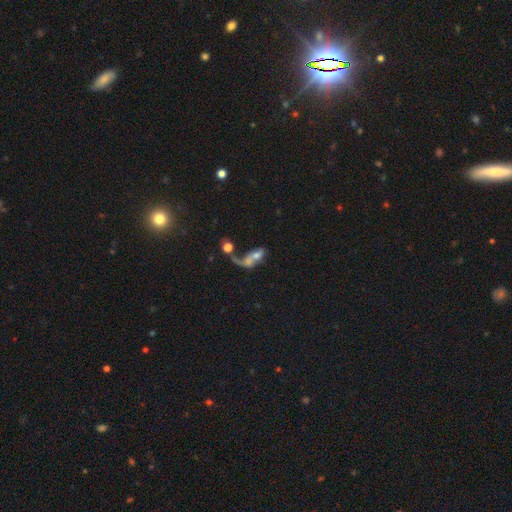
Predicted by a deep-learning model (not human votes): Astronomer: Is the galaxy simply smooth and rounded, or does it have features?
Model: smooth — 46% (runner-up: featured or disk, 42%).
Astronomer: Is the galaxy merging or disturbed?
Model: merger — 51%.